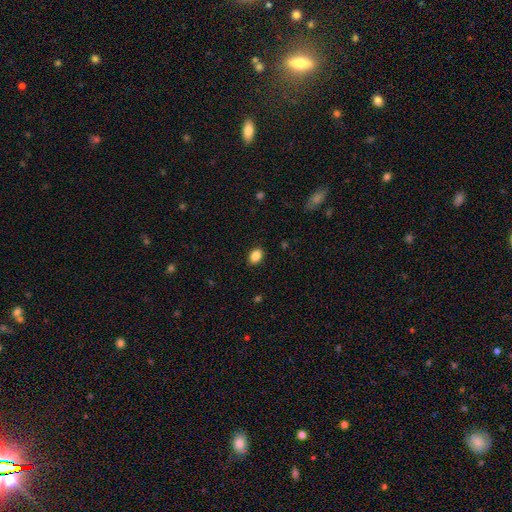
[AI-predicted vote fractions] Smooth or featured: smooth — 87% (star or artifact — 9%)
How rounded: in between — 78% (round — 21%)
Merging: none — 89% (minor disturbance — 8%)